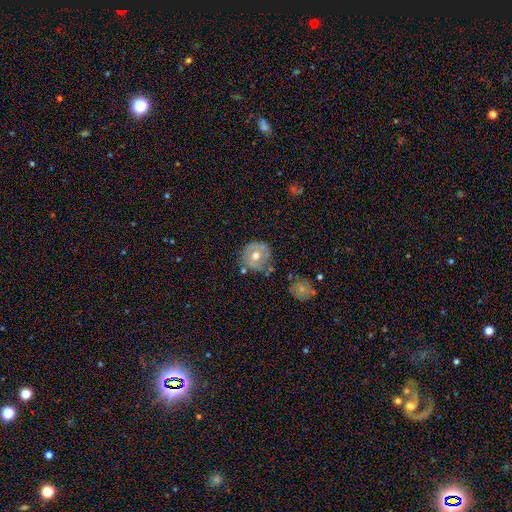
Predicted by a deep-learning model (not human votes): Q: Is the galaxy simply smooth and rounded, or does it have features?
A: featured or disk — 53%.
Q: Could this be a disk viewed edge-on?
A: no — 96%.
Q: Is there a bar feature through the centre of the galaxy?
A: no — 71%.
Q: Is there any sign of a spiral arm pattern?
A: yes — 50%, tied with no.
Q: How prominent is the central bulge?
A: moderate — 77%.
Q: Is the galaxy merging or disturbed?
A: none — 68%.